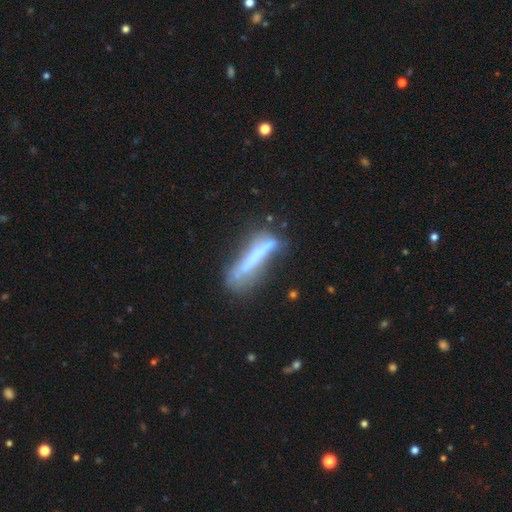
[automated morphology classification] smooth_or_featured: featured or disk (p=0.47) [alt: smooth p=0.44]
merging: none (p=0.48) [alt: minor disturbance p=0.25]